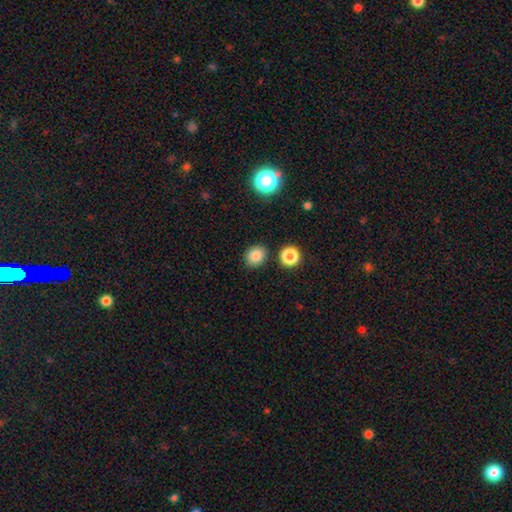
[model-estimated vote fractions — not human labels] Overall: smooth (83%). How rounded: round (65%; in between 34%). Merging: none (86%).